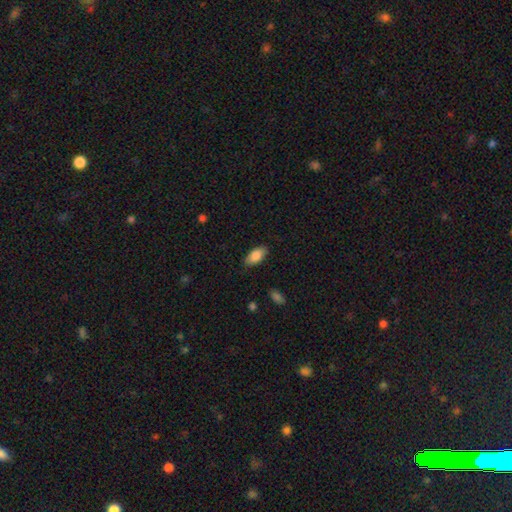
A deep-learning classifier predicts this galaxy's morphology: This is clearly a smooth galaxy (84%). How rounded: clearly in between (90%). Merging: clearly none (85%).